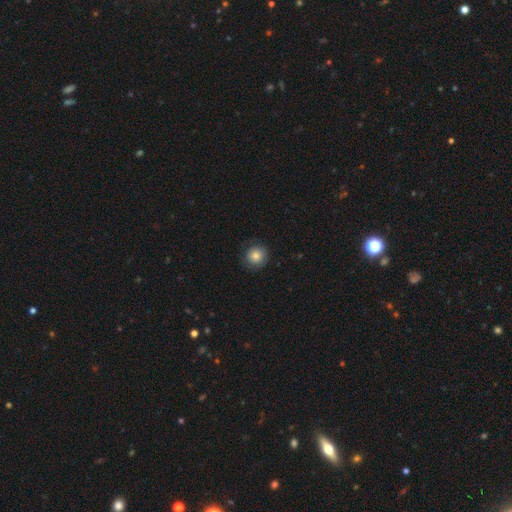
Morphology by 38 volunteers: This appears to be a smooth galaxy with no disk features (84%) that is round (97%). Merging: none (81%).